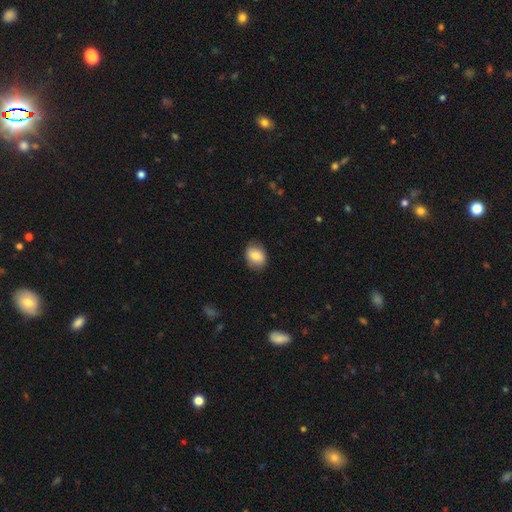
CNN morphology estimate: Smooth or featured? smooth (80%)
How rounded? in between (64%)
Merging? none (81%)